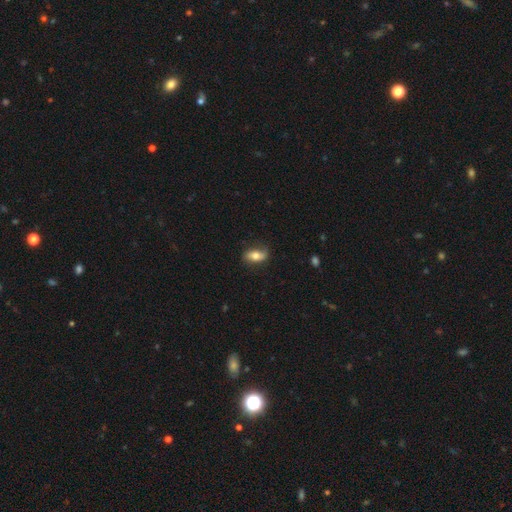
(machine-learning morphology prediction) smooth-or-featured: smooth: 58% | featured or disk: 35% | star or artifact: 7%
  how-rounded: in between: 83% | cigar-shaped: 9% | round: 7%
  merging: none: 76% | minor disturbance: 19% | major disturbance: 5% | merger: 1%